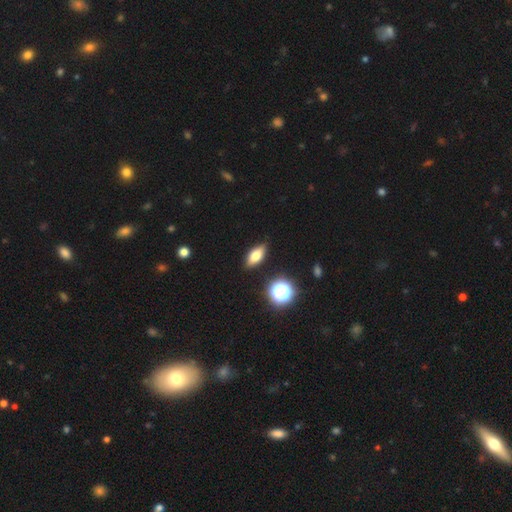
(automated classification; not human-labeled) smooth 67%, featured or disk 22%, star or artifact 11%. Down the decision tree: how rounded — in between (74%); merging — none (85%).